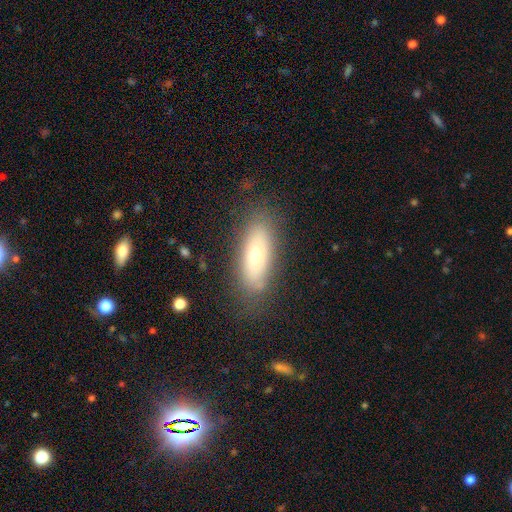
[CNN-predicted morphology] Smooth or featured? smooth (64%)
How rounded? in between (72%)
Merging? none (78%)